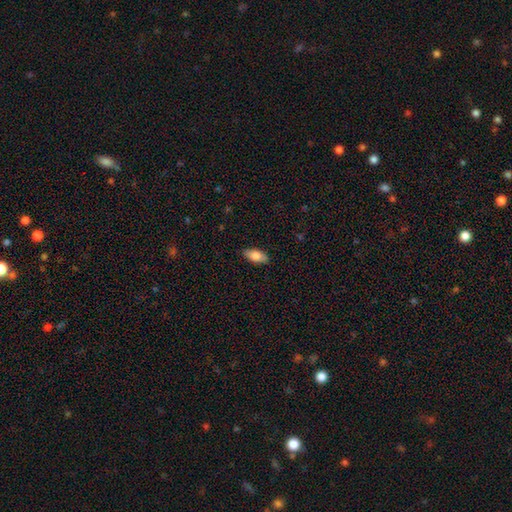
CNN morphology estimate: Smooth or featured? smooth (77%)
How rounded? in between (88%)
Merging? none (87%)